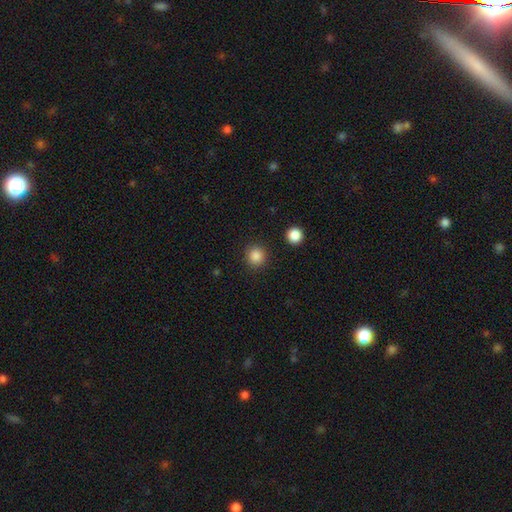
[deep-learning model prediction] smooth 86%, star or artifact 10%, featured or disk 3%. Down the decision tree: how rounded — round (93%); merging — none (91%).